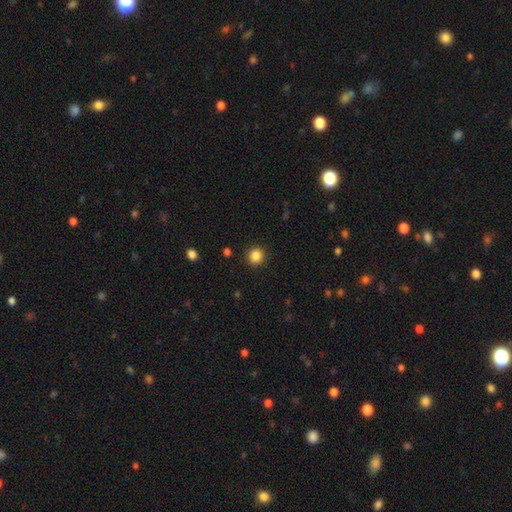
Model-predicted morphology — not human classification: This appears to be a smooth galaxy with no disk features (85%) that is round (87%). Merging: none (91%).